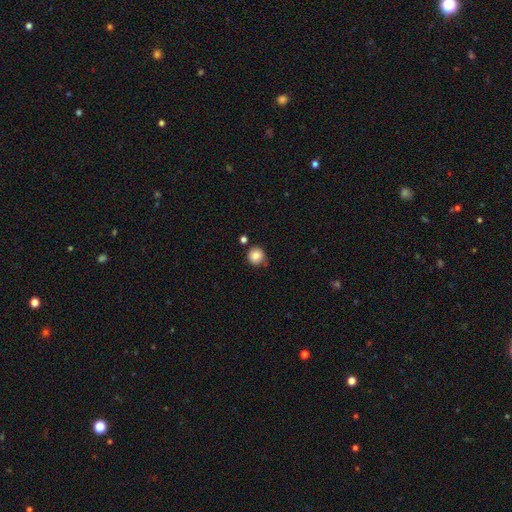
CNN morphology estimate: This is clearly a smooth galaxy (84%). How rounded: clearly round (92%). Merging: likely none (75%).